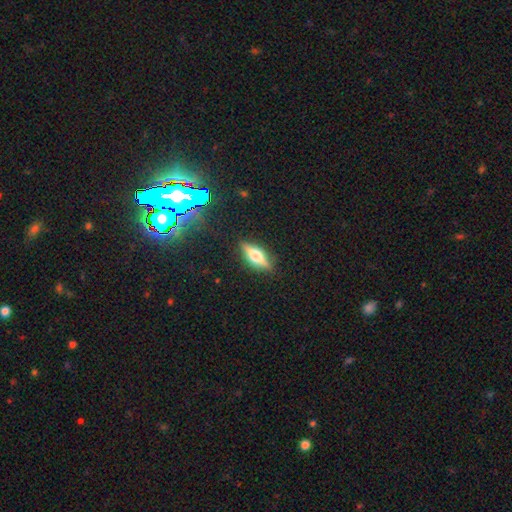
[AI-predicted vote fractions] Smooth or featured? featured or disk (56%)
Edge-on disk? yes (93%)
Edge-on bulge? rounded (91%)
Merging? none (87%)